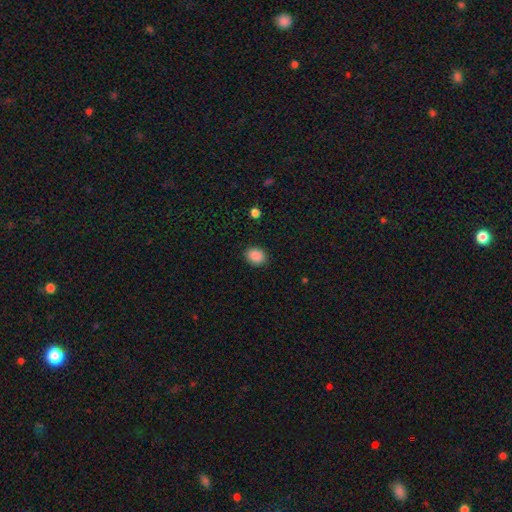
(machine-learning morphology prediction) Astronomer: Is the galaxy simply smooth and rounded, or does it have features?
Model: smooth — 89%.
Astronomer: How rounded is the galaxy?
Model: in between — 52% (runner-up: round, 47%).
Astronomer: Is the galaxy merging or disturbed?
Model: none — 88%.